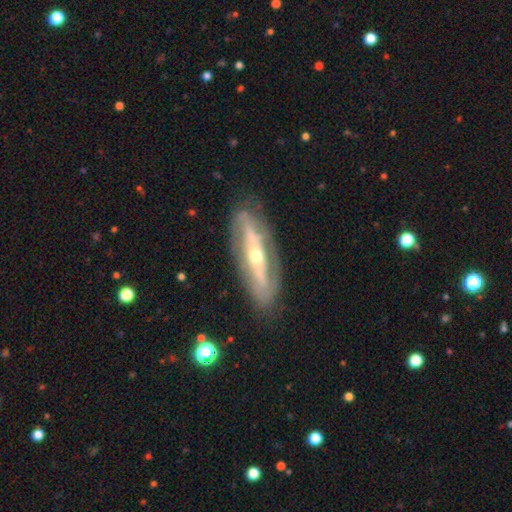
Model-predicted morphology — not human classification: Smooth or featured? Predicted: featured or disk (p=0.76). Edge-on disk? Predicted: no (p=0.72). Bar? Predicted: no (p=0.53). Spiral arms? Predicted: yes (p=0.54). Bulge size? Predicted: moderate (p=0.56). Merging? Predicted: none (p=0.76).